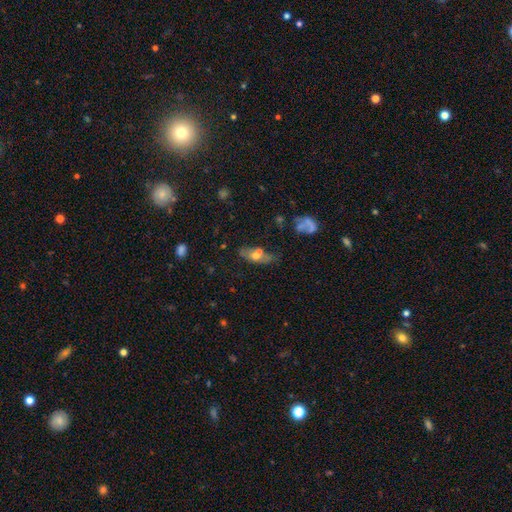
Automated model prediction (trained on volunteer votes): A smooth galaxy with no disk features (52%) that is in between round and cigar-shaped (67%). Merging: none (41%).